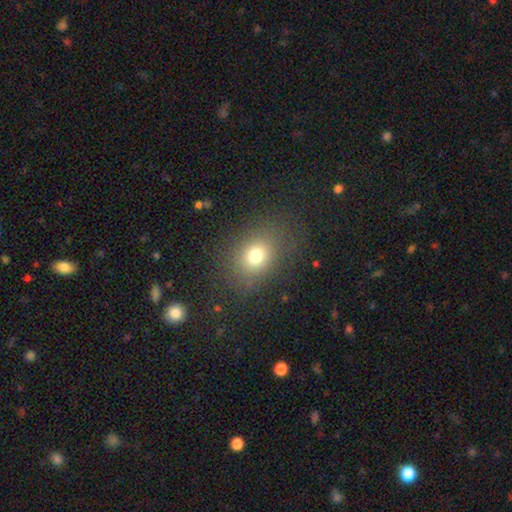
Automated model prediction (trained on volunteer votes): Smooth or featured? Predicted: smooth (p=0.73). How rounded? Predicted: round (p=0.51). Merging? Predicted: none (p=0.82).